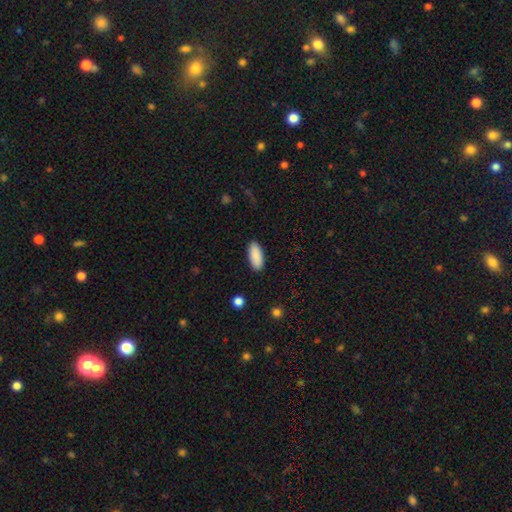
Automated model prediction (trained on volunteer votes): This is clearly a smooth galaxy (90%). How rounded: clearly in between (84%). Merging: clearly none (90%).